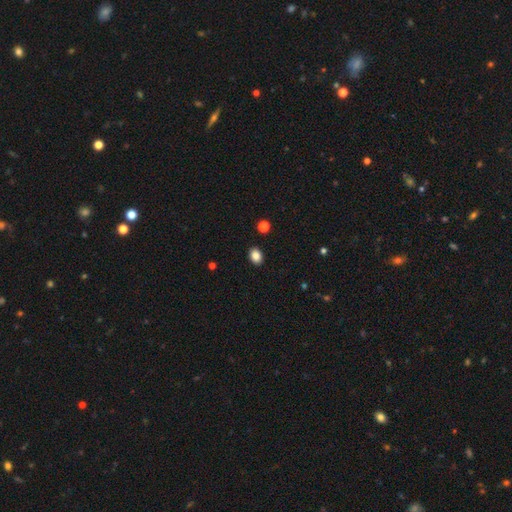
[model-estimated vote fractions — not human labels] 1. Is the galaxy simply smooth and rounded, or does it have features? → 86% smooth, 10% star or artifact, 5% featured or disk.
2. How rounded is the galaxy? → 68% in between, 31% round, 1% cigar-shaped.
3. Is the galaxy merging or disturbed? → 90% none, 7% minor disturbance, 2% major disturbance, 1% merger.